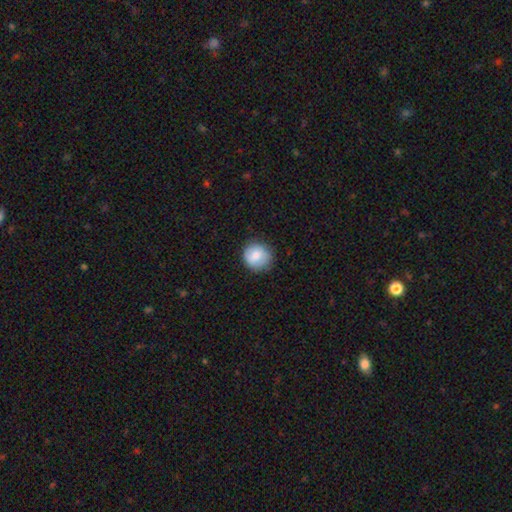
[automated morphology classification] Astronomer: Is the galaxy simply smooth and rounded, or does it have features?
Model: smooth — 81%.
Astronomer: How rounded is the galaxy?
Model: round — 90%.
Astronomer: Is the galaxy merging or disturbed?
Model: none — 83%.